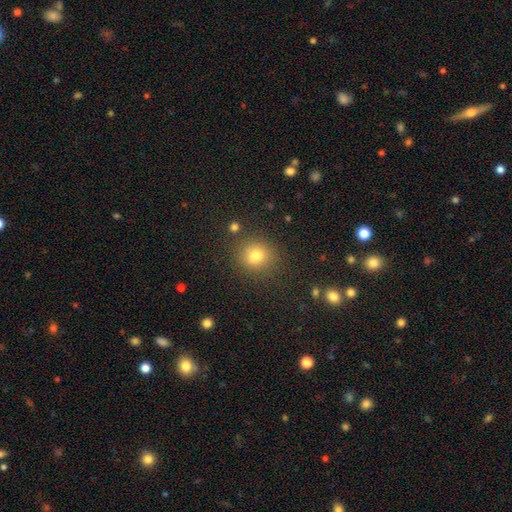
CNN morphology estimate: type=smooth (77%); roundness=round (82%); merging=none (85%).